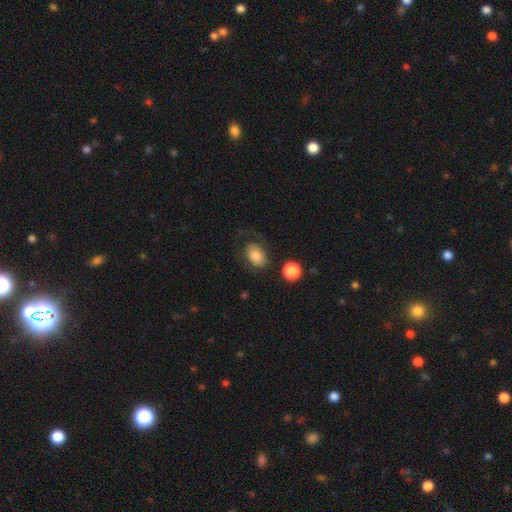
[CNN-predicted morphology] The model was most divided on "merging": none: 61%, minor disturbance: 21%, major disturbance: 15%, merger: 4%. More confident: smooth or featured — smooth (80%); how rounded — in between (80%).